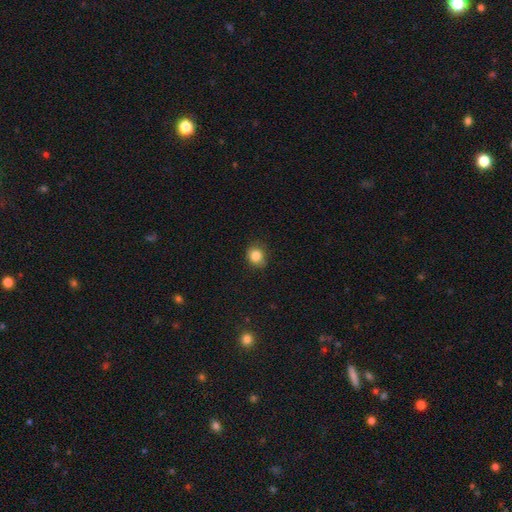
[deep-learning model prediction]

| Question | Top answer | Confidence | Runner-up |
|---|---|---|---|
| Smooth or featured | smooth | 84% | star or artifact (10%) |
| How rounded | round | 65% | in between (34%) |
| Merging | none | 81% | minor disturbance (15%) |